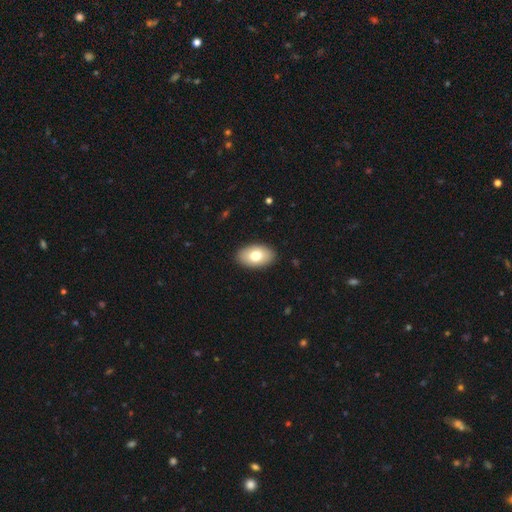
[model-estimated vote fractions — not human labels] A smooth galaxy with no disk features (76%) that is in between round and cigar-shaped (93%). Merging: none (90%).